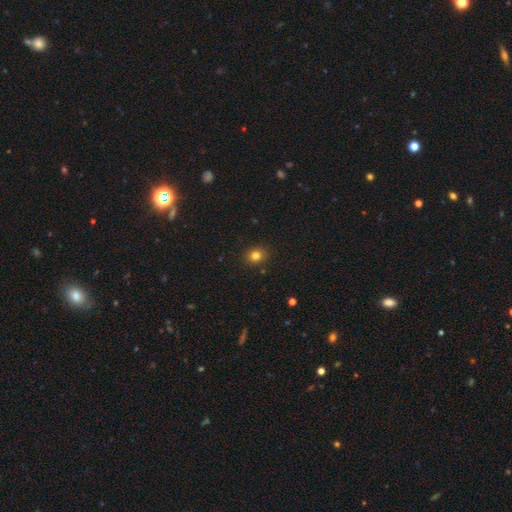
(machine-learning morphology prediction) A smooth galaxy with no disk features (80%) that is round (73%). Merging: none (89%).